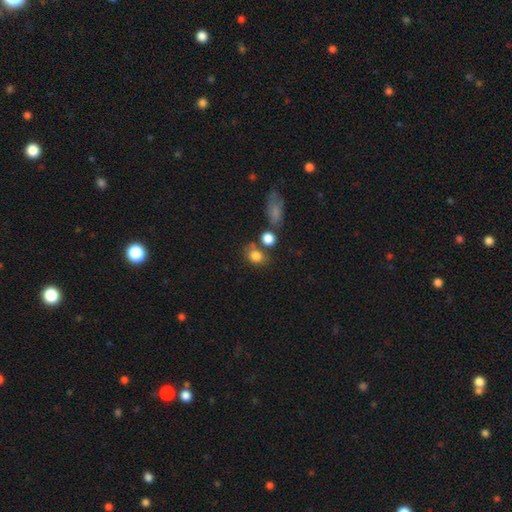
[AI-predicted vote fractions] Smooth or featured?
  - smooth: 81% *
  - star or artifact: 11%
  - featured or disk: 8%
How rounded?
  - round: 50% *
  - in between: 48%
  - cigar-shaped: 2%
Merging?
  - none: 55% *
  - merger: 24%
  - minor disturbance: 15%
  - major disturbance: 7%